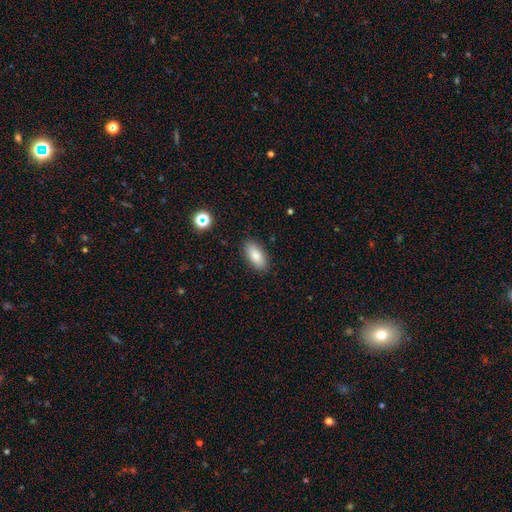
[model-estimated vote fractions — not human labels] A smooth galaxy with no disk features (83%) that is in between round and cigar-shaped (88%).

Vote fractions:
- Smooth or featured? smooth: 83% / featured or disk: 9% / star or artifact: 8%
- How rounded? in between: 88% / cigar-shaped: 9% / round: 3%
- Merging? none: 87% / minor disturbance: 9% / major disturbance: 2% / merger: 1%